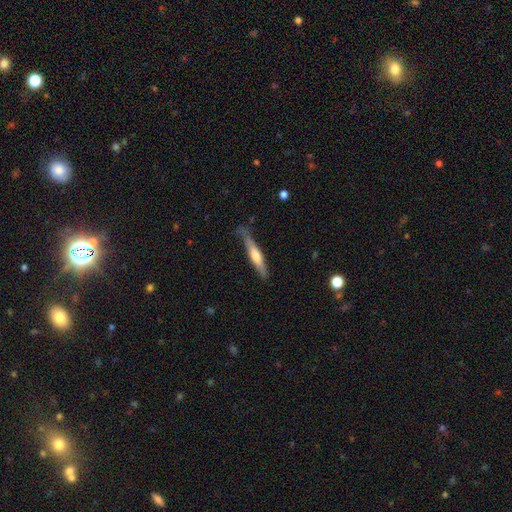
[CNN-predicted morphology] Q: Smooth or featured?
A: smooth (50%); runner-up: featured or disk (44%)
Q: How rounded?
A: cigar-shaped (88%); runner-up: in between (10%)
Q: Merging?
A: none (66%); runner-up: minor disturbance (24%)